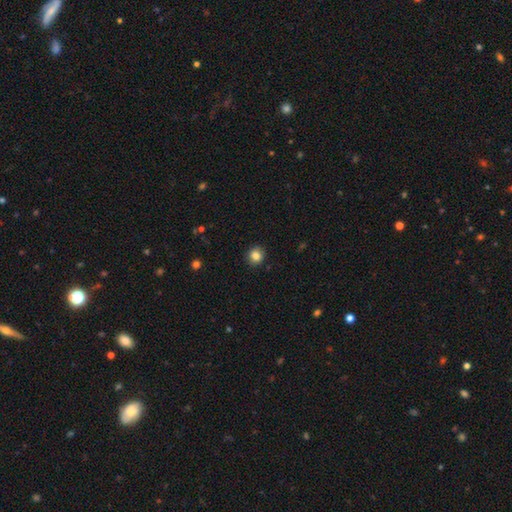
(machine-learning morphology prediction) Smooth or featured? smooth (84%)
How rounded? round (86%)
Merging? none (91%)